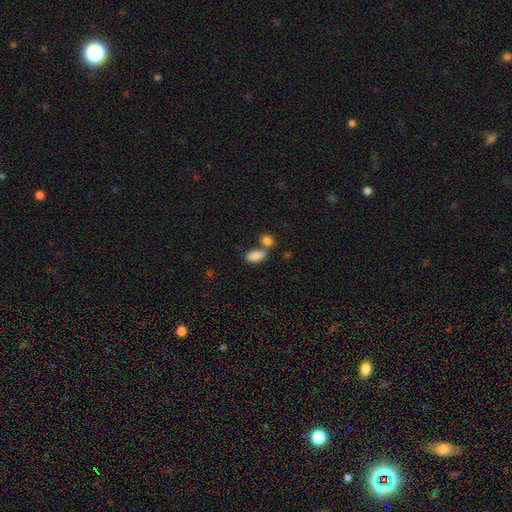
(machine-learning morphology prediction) smooth-or-featured: smooth: 86% | star or artifact: 8% | featured or disk: 6%
  how-rounded: in between: 92% | round: 5% | cigar-shaped: 4%
  merging: none: 49% | merger: 36% | minor disturbance: 11% | major disturbance: 4%